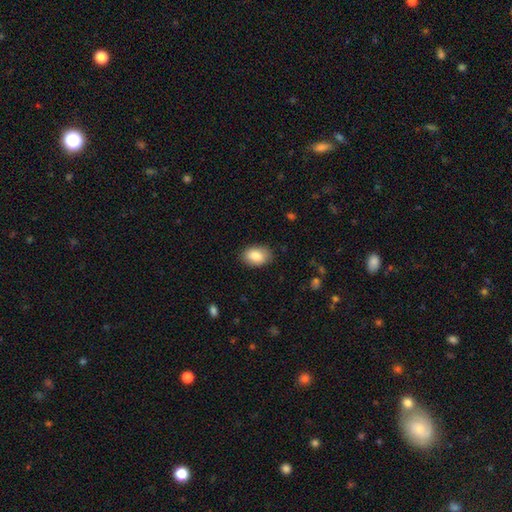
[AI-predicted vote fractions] Smooth or featured?
  - smooth: 86% *
  - featured or disk: 7%
  - star or artifact: 7%
How rounded?
  - in between: 86% *
  - round: 13%
  - cigar-shaped: 1%
Merging?
  - none: 85% *
  - minor disturbance: 11%
  - major disturbance: 3%
  - merger: 1%